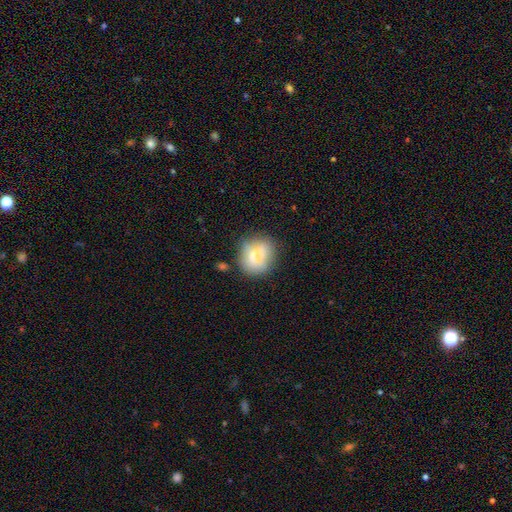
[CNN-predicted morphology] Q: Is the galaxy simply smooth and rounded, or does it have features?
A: smooth — 65%.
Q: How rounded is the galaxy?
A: round — 81%.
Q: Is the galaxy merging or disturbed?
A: none — 65%.